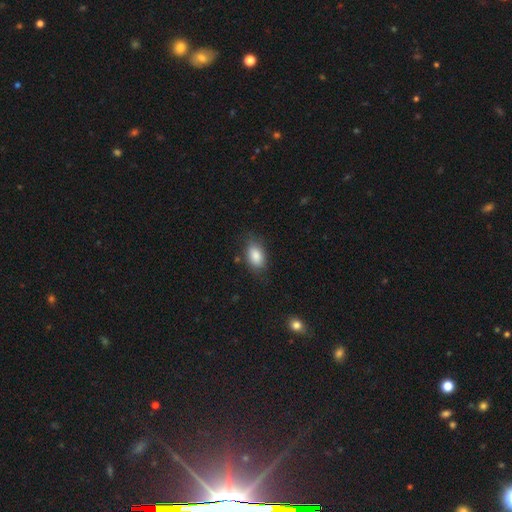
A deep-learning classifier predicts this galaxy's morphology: smooth-or-featured: smooth: 85% | star or artifact: 8% | featured or disk: 7%
  how-rounded: in between: 89% | round: 8% | cigar-shaped: 2%
  merging: none: 76% | minor disturbance: 18% | major disturbance: 4% | merger: 2%